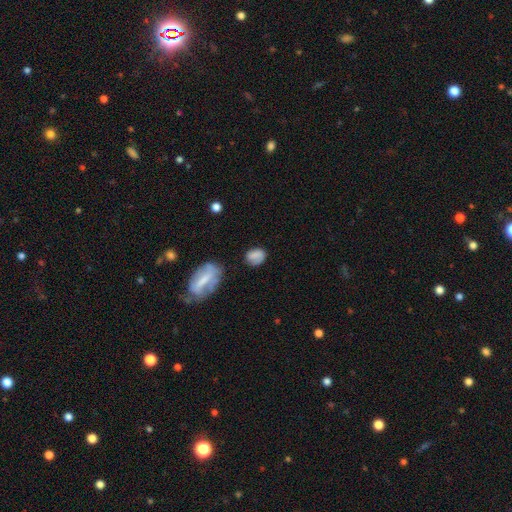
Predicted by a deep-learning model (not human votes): This is likely a smooth galaxy (71%). How rounded: likely in between (69%). Merging: likely none (63%).